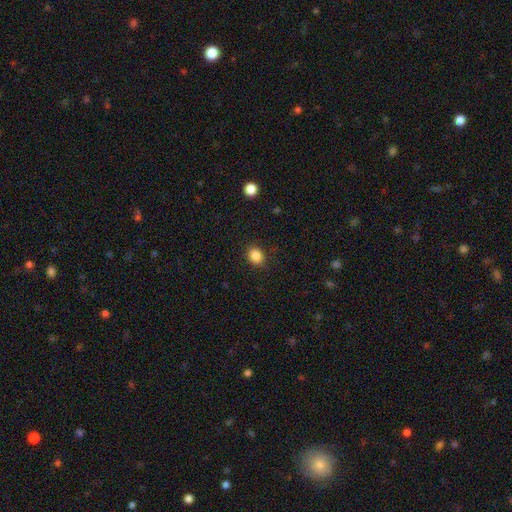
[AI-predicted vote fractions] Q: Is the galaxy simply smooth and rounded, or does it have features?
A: smooth — 86%.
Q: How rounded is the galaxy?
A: round — 60%.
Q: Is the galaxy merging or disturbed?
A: none — 88%.